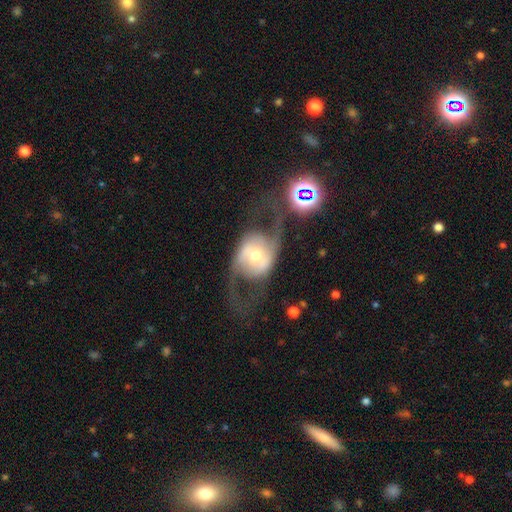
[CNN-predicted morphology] Smooth or featured? Predicted: featured or disk (p=0.79). Edge-on disk? Predicted: no (p=0.95). Bar? Predicted: no (p=0.48). Spiral arms? Predicted: yes (p=0.86). Spiral winding? Predicted: loose (p=0.57). Spiral arm count? Predicted: 2 (p=0.90). Bulge size? Predicted: moderate (p=0.59). Merging? Predicted: none (p=0.54).